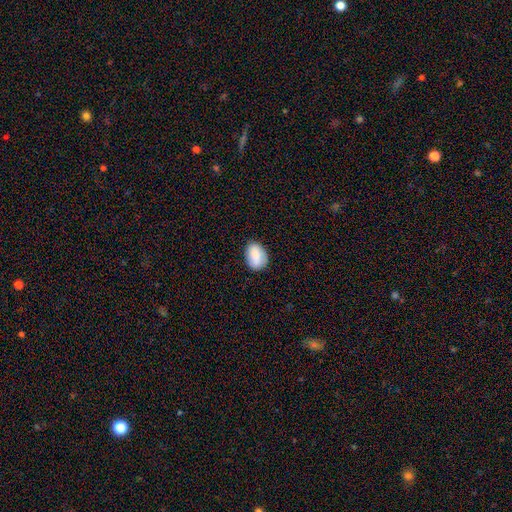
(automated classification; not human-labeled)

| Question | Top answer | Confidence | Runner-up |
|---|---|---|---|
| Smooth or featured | smooth | 85% | featured or disk (8%) |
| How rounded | in between | 80% | round (19%) |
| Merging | none | 78% | minor disturbance (17%) |